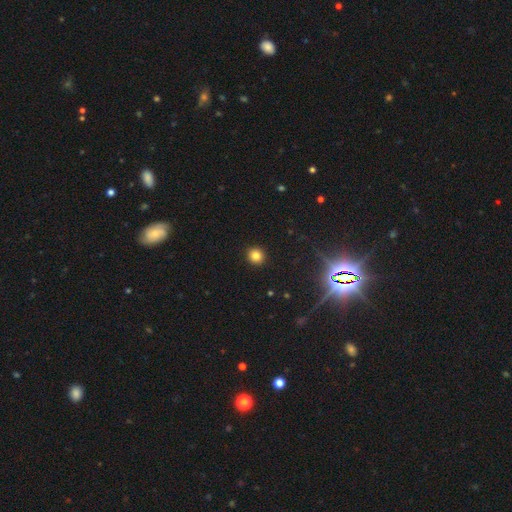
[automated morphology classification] A smooth galaxy with no disk features (82%) that is round (93%).

Vote fractions:
- Smooth or featured? smooth: 82% / star or artifact: 13% / featured or disk: 5%
- How rounded? round: 93% / in between: 6% / cigar-shaped: 1%
- Merging? none: 93% / minor disturbance: 4% / major disturbance: 2% / merger: 1%